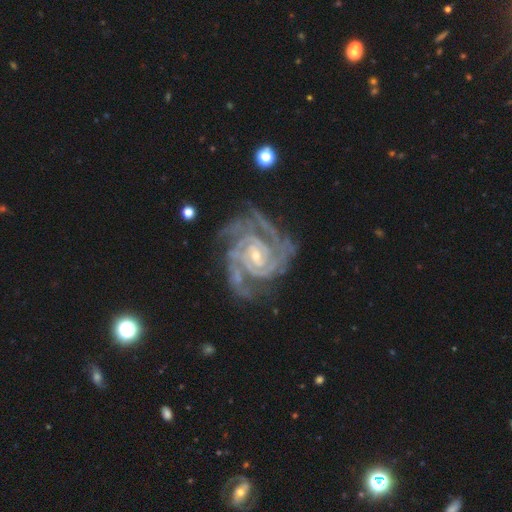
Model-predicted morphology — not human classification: Smooth or featured: featured or disk — 93% (star or artifact — 4%)
Edge-on disk: no — 98% (yes — 2%)
Bar: weak — 44% (no — 37%)
Spiral arms: yes — 99% (no — 1%)
Spiral winding: tight — 70% (medium — 26%)
Spiral arm count: 3 — 29% (2 — 21%)
Bulge size: small — 69% (moderate — 27%)
Merging: none — 65% (minor disturbance — 21%)